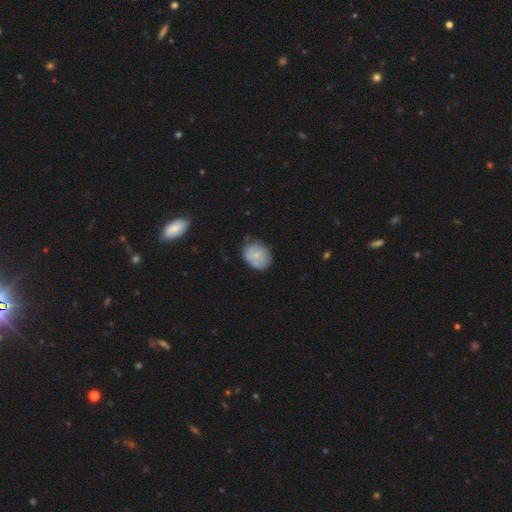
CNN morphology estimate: This appears to be a smooth galaxy with no disk features (56%) that is in between round and cigar-shaped (57%). Merging: none (58%).